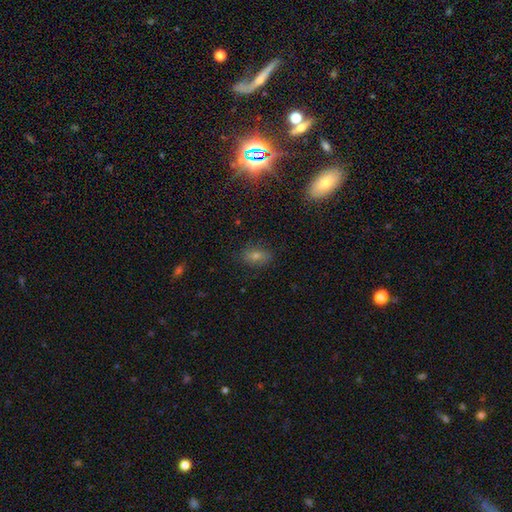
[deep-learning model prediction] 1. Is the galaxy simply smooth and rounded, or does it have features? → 46% smooth, 37% star or artifact, 17% featured or disk.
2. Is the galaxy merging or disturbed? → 83% none, 12% minor disturbance, 4% major disturbance, 2% merger.